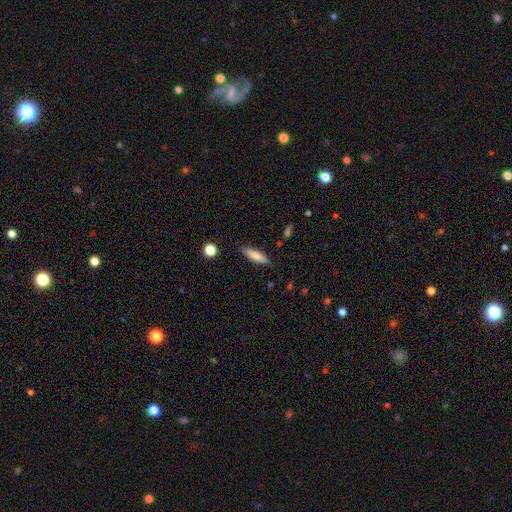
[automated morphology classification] Overall: smooth (80%). How rounded: cigar-shaped (62%; in between 37%). Merging: none (86%).